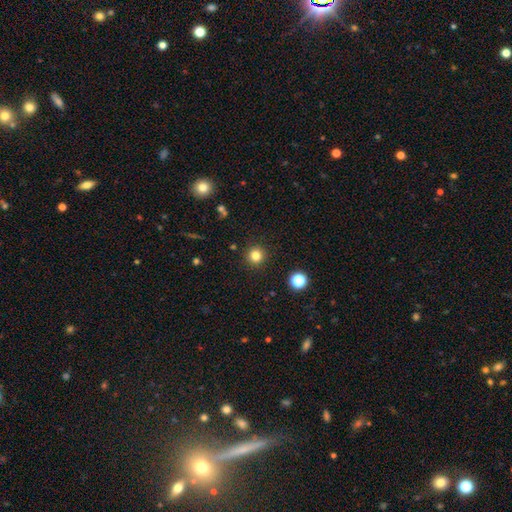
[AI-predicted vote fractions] smooth_or_featured: smooth (p=0.81) [alt: star or artifact p=0.13]
how_rounded: round (p=0.95) [alt: in between p=0.04]
merging: none (p=0.92) [alt: minor disturbance p=0.05]